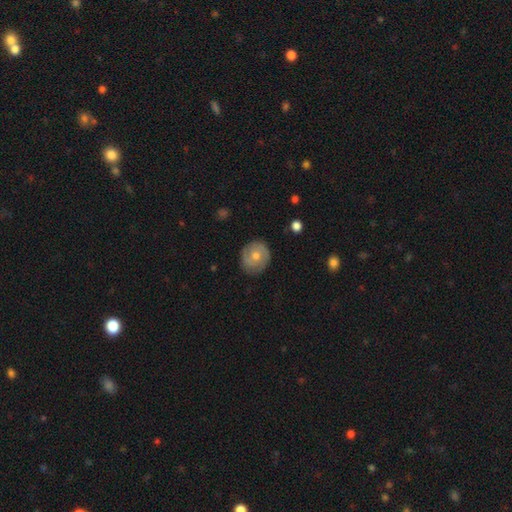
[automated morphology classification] The model was most divided on "smooth or featured": featured or disk: 61%, smooth: 31%, star or artifact: 8%. More confident: edge-on disk — no (97%); merging — none (84%); spiral arms — yes (79%); bar — no (76%); bulge size — moderate (64%).